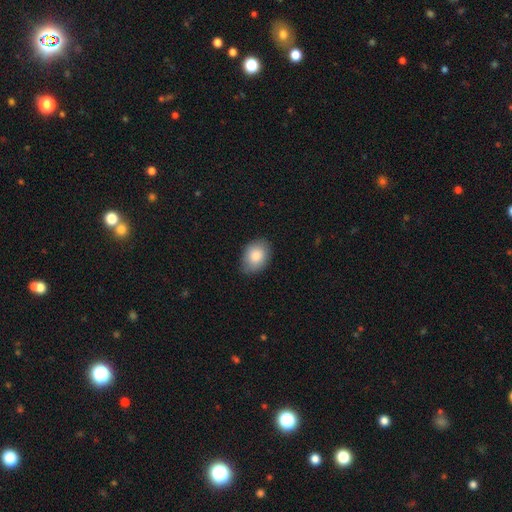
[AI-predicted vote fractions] Overall: smooth (85%). How rounded: in between (76%). Merging: none (77%).